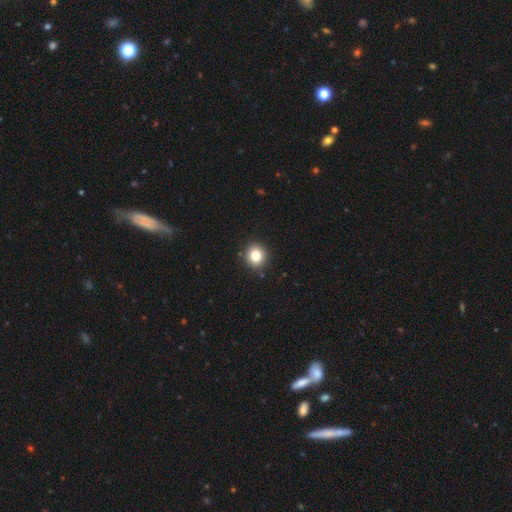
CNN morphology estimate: type=smooth (81%); roundness=round (89%); merging=none (90%).